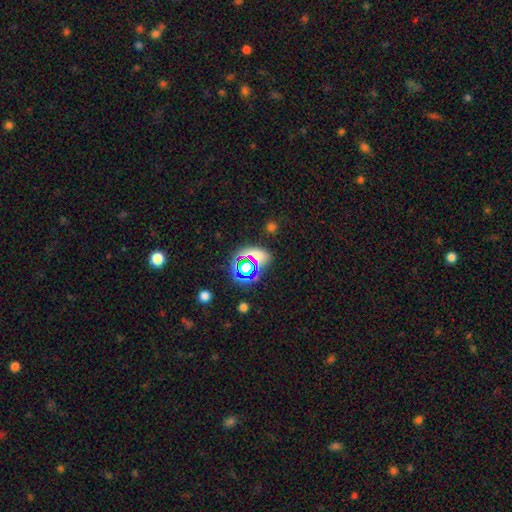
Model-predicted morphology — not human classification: Q: Smooth or featured?
A: smooth (46%); runner-up: star or artifact (42%)
Q: Merging?
A: none (68%); runner-up: minor disturbance (13%)